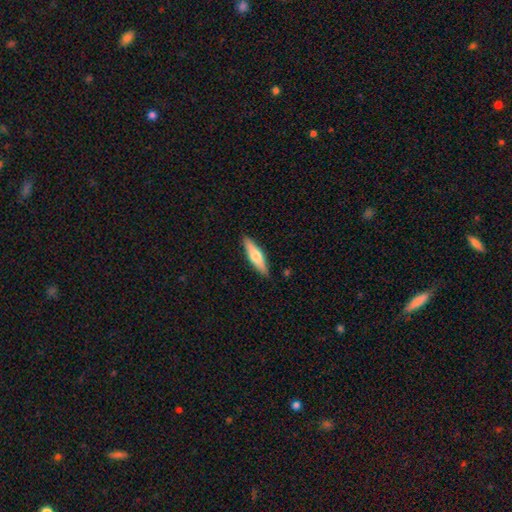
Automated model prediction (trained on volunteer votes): smooth_or_featured: smooth (p=0.56) [alt: featured or disk p=0.39]
how_rounded: cigar-shaped (p=0.70) [alt: in between p=0.28]
merging: none (p=0.89) [alt: minor disturbance p=0.08]